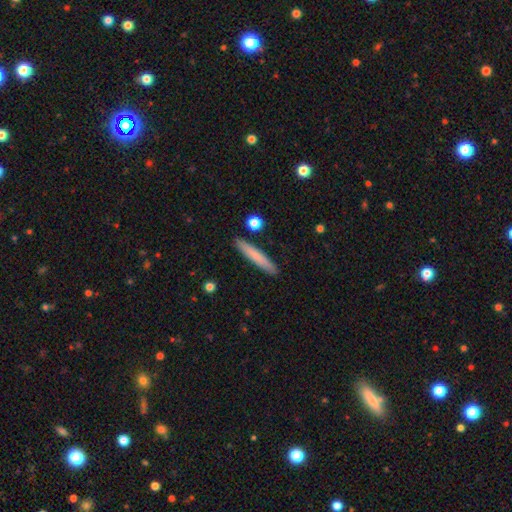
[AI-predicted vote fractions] Morphology: type=smooth (74%); roundness=cigar-shaped (94%); merging=none (90%).